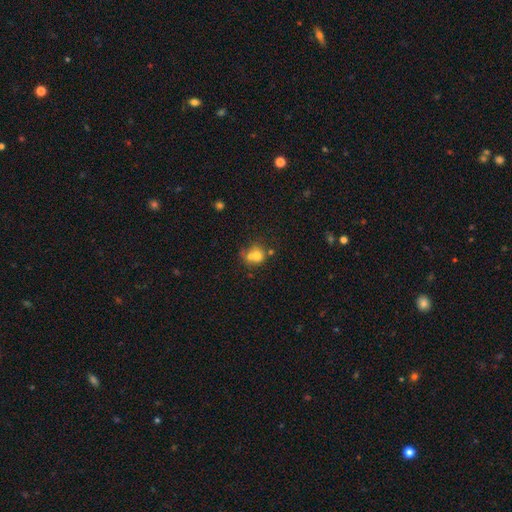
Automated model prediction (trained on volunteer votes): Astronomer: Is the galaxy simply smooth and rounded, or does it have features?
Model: smooth — 69%.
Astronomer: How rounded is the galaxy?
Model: round — 75%.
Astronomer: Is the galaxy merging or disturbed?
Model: merger — 54% (runner-up: none, 32%).